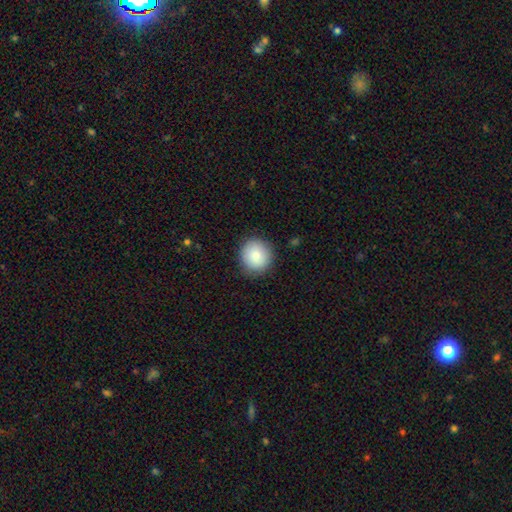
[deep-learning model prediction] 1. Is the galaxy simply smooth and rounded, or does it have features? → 86% smooth, 8% star or artifact, 7% featured or disk.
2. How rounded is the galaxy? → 89% round, 10% in between, 1% cigar-shaped.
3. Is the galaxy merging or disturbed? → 88% none, 9% minor disturbance, 2% major disturbance, 1% merger.